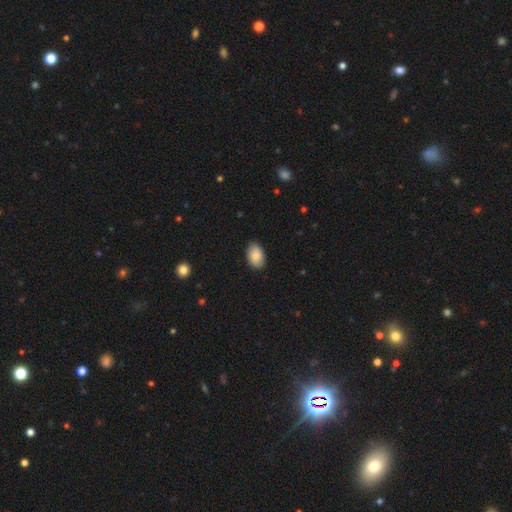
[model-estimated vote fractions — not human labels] Overall: smooth (86%). How rounded: in between (91%). Merging: none (87%).